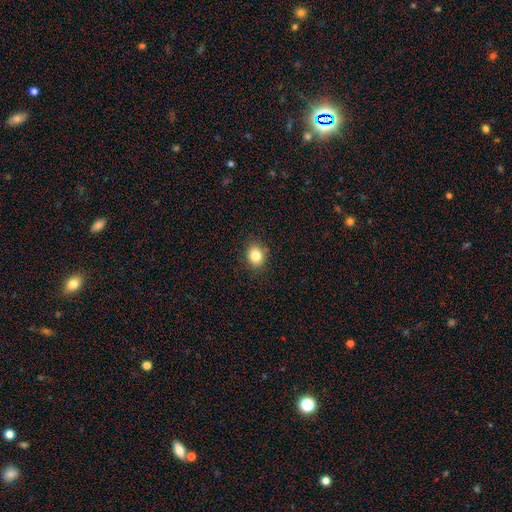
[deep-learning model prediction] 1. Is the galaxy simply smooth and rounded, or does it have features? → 83% smooth, 11% star or artifact, 6% featured or disk.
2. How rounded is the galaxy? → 55% round, 44% in between, 1% cigar-shaped.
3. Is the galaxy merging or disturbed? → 87% none, 10% minor disturbance, 2% major disturbance, 1% merger.